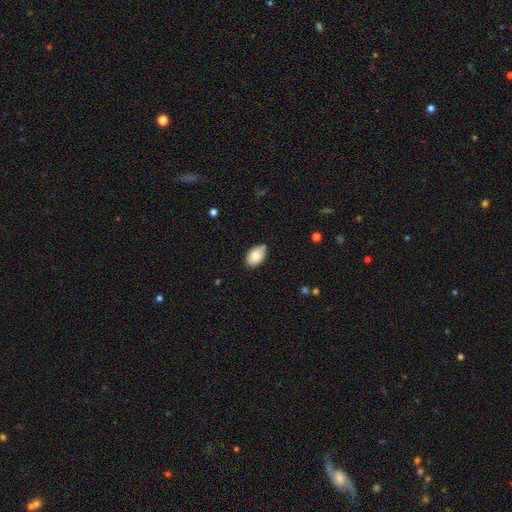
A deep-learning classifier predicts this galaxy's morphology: Q: Smooth or featured?
A: smooth (82%); runner-up: featured or disk (10%)
Q: How rounded?
A: in between (89%); runner-up: round (9%)
Q: Merging?
A: none (66%); runner-up: minor disturbance (27%)